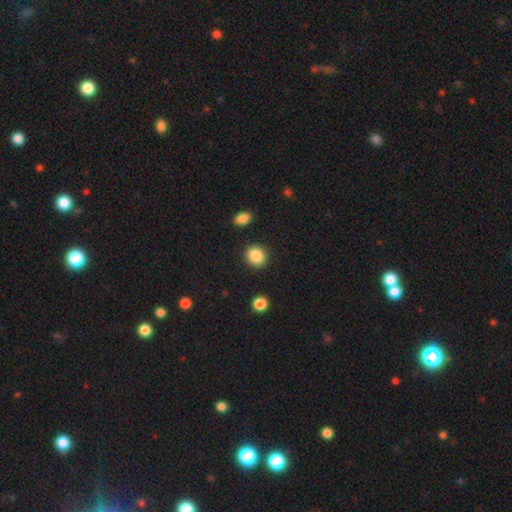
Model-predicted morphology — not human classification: Smooth or featured: smooth — 88% (star or artifact — 8%)
How rounded: round — 79% (in between — 20%)
Merging: none — 89% (minor disturbance — 6%)